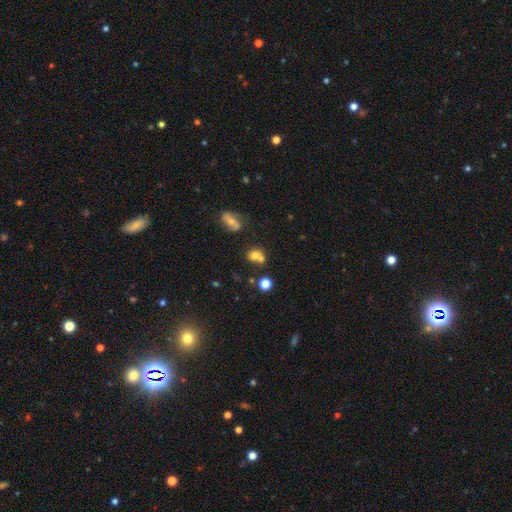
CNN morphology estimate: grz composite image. It shows a smooth galaxy with no disk features (73%) that is round (69%). Merging: none (42%, tied with merger).